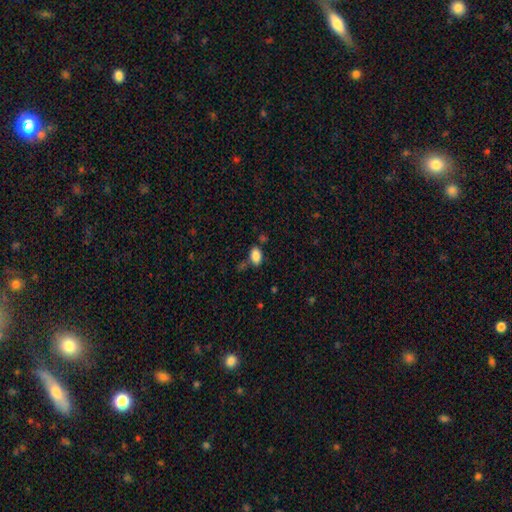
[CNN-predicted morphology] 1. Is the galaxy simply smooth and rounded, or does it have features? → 86% smooth, 9% star or artifact, 5% featured or disk.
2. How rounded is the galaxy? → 89% in between, 10% round, 1% cigar-shaped.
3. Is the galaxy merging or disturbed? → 70% none, 17% minor disturbance, 8% merger, 5% major disturbance.